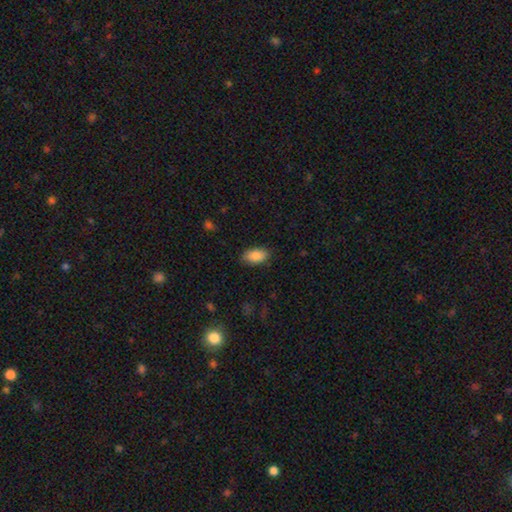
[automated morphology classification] Smooth or featured: smooth — 87% (star or artifact — 7%)
How rounded: in between — 93% (round — 5%)
Merging: none — 84% (minor disturbance — 13%)